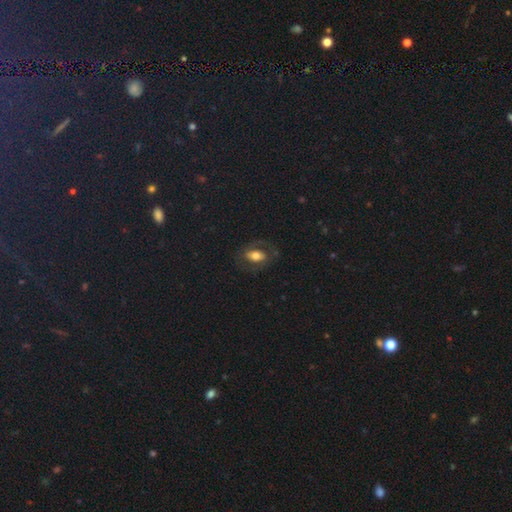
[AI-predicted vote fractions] Smooth or featured? smooth (54%)
How rounded? in between (86%)
Merging? none (70%)